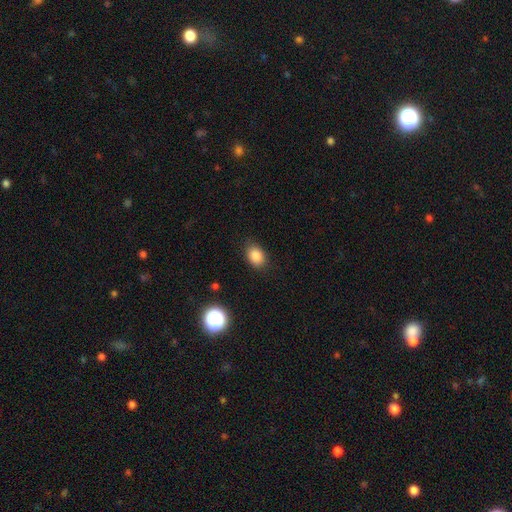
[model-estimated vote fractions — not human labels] Morphology: type=smooth (85%); roundness=in between (72%); merging=none (84%).